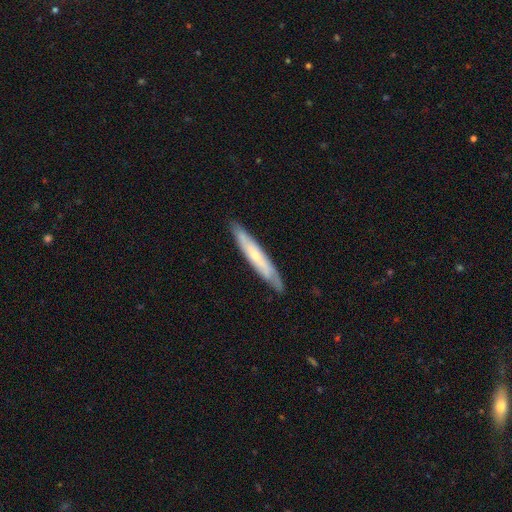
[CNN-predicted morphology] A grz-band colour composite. It shows a featured or disk galaxy (51%) viewed edge-on (75%). Merging: none (86%).